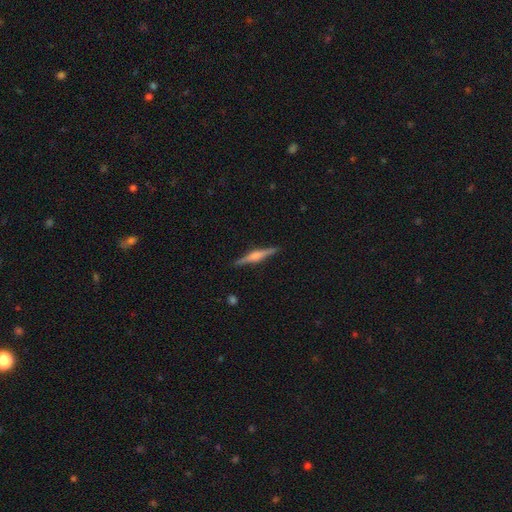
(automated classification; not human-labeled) A featured or disk galaxy (71%) viewed edge-on (98%) with a rounded central bulge (69%).

Vote fractions:
- Smooth or featured? featured or disk: 71% / smooth: 23% / star or artifact: 6%
- Edge-on disk? yes: 98% / no: 2%
- Edge-on bulge? rounded: 69% / boxy: 24% / none: 6%
- Merging? none: 90% / minor disturbance: 7% / major disturbance: 2% / merger: 1%